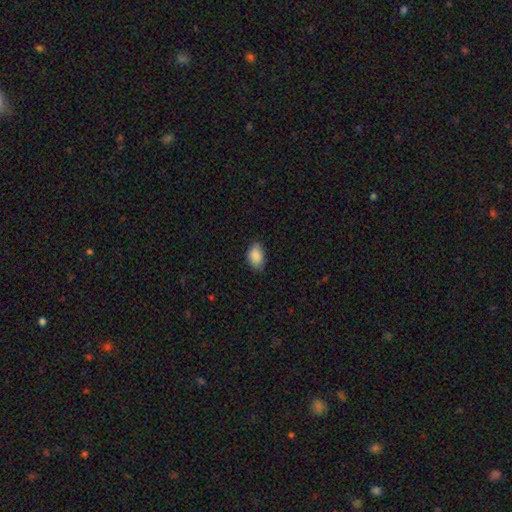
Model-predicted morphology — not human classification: smooth 87%, star or artifact 7%, featured or disk 6%. Down the decision tree: how rounded — in between (89%); merging — none (77%).